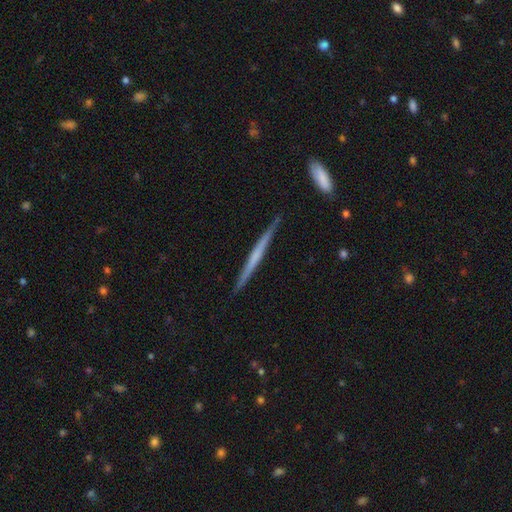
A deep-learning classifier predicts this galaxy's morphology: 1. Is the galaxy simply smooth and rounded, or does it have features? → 59% featured or disk, 36% smooth, 5% star or artifact.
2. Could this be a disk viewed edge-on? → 98% yes, 2% no.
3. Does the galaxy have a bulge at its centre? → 80% none, 13% rounded, 7% boxy.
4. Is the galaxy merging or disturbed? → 89% none, 8% minor disturbance, 1% major disturbance, 1% merger.